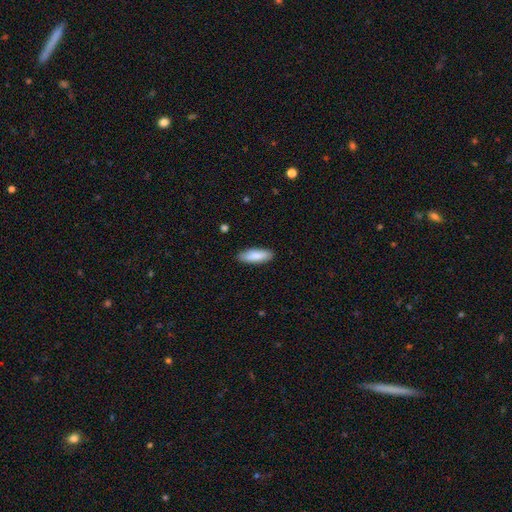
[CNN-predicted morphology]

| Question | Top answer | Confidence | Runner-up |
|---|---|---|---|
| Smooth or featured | smooth | 87% | featured or disk (8%) |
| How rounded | in between | 61% | cigar-shaped (38%) |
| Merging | none | 88% | minor disturbance (9%) |